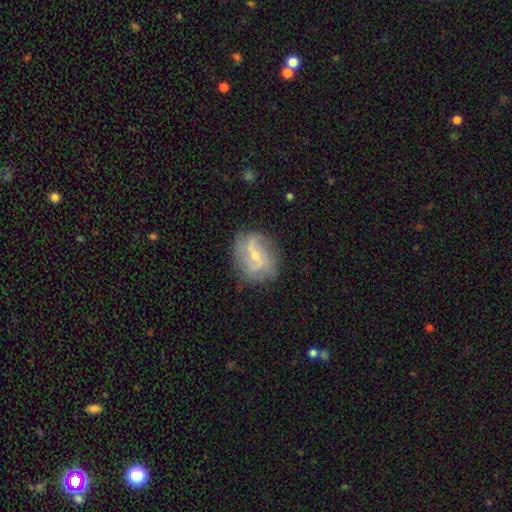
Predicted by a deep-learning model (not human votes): Smooth or featured? Predicted: featured or disk (p=0.76). Edge-on disk? Predicted: no (p=0.97). Bar? Predicted: weak (p=0.47). Spiral arms? Predicted: yes (p=0.91). Spiral winding? Predicted: loose (p=0.43). Spiral arm count? Predicted: 2 (p=0.59). Bulge size? Predicted: small (p=0.65). Merging? Predicted: none (p=0.73).